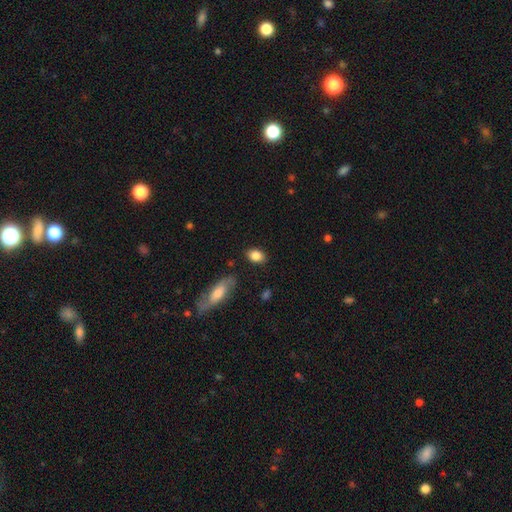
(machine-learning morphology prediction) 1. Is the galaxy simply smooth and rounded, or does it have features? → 85% smooth, 7% star or artifact, 7% featured or disk.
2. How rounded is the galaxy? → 79% in between, 18% round, 3% cigar-shaped.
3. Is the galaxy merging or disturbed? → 83% none, 11% minor disturbance, 3% major disturbance, 2% merger.